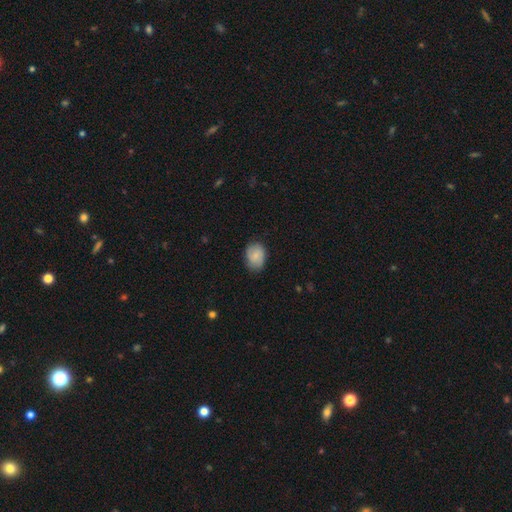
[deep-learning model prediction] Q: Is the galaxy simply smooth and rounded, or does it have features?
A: smooth — 76%.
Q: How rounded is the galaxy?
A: in between — 67%.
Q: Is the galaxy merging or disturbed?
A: none — 76%.